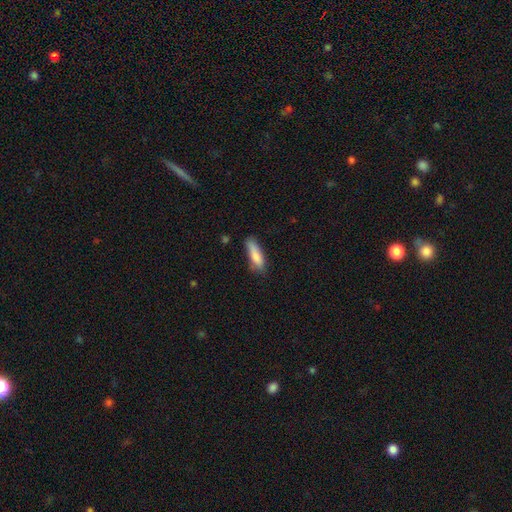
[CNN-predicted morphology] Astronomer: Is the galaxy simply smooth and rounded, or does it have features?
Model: smooth — 83%.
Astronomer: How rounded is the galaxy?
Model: cigar-shaped — 57% (runner-up: in between, 41%).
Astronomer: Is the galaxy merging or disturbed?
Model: none — 62%.